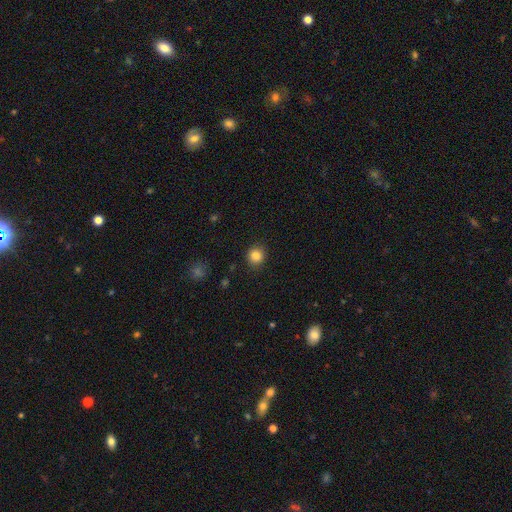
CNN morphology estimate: smooth 85%, star or artifact 11%, featured or disk 5%. Down the decision tree: how rounded — round (86%); merging — none (89%).